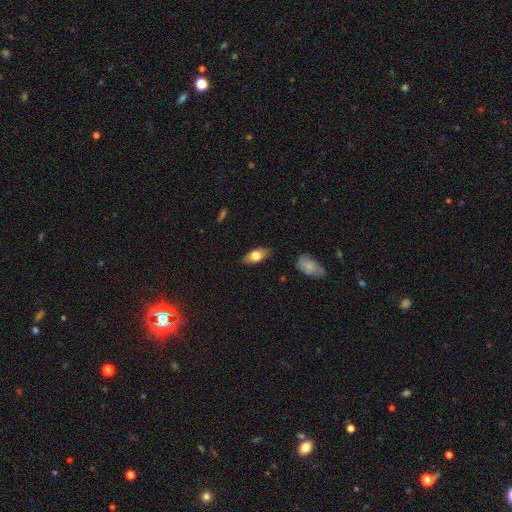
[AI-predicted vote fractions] Q: Smooth or featured?
A: smooth (71%); runner-up: featured or disk (23%)
Q: How rounded?
A: in between (86%); runner-up: cigar-shaped (9%)
Q: Merging?
A: none (79%); runner-up: minor disturbance (17%)